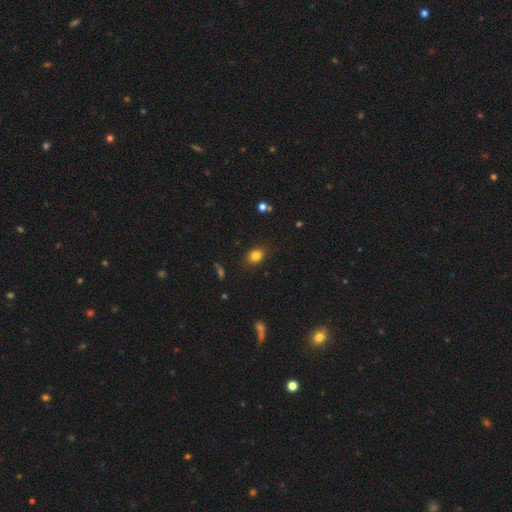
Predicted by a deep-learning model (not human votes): Overall: smooth (82%). How rounded: in between (64%; round 35%). Merging: none (82%).